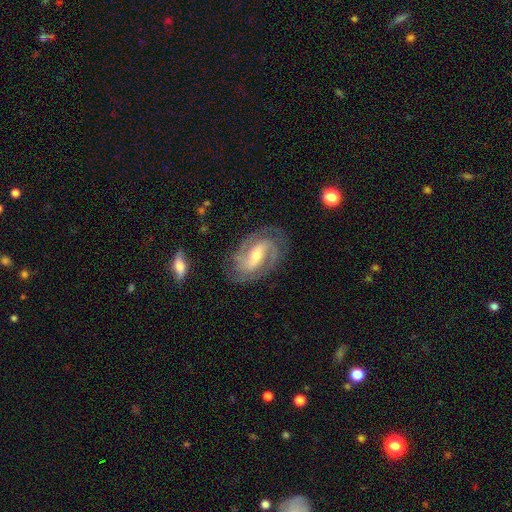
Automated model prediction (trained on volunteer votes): Smooth or featured?
  - featured or disk: 87% *
  - smooth: 8%
  - star or artifact: 5%
Edge-on disk?
  - no: 96% *
  - yes: 4%
Bar?
  - strong: 47% *
  - weak: 37%
  - no: 16%
Spiral arms?
  - yes: 96% *
  - no: 4%
Spiral winding?
  - tight: 45% *
  - medium: 44%
  - loose: 11%
Spiral arm count?
  - 2: 65% *
  - 3: 17%
  - can't tell: 10%
  - 4: 3%
  - 1: 3%
  - more than 4: 2%
Bulge size?
  - moderate: 48% *
  - small: 46%
  - large: 3%
  - none: 2%
  - dominant: 1%
Merging?
  - none: 77% *
  - minor disturbance: 15%
  - major disturbance: 6%
  - merger: 2%